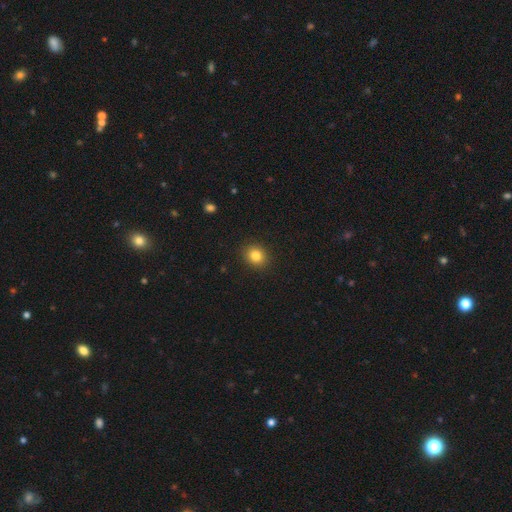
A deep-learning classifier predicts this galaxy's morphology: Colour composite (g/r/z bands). It shows a smooth galaxy with no disk features (83%) that is round (66%). Merging: none (90%).